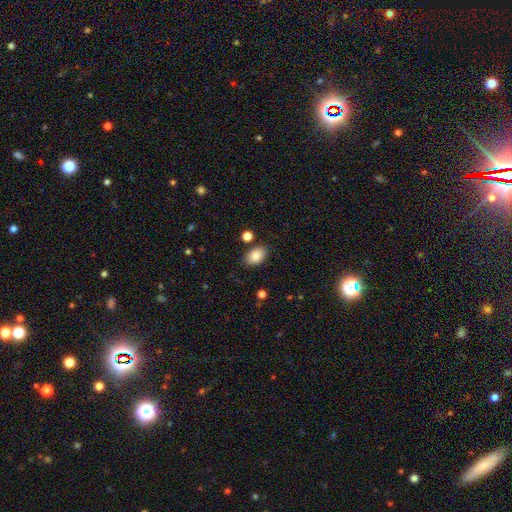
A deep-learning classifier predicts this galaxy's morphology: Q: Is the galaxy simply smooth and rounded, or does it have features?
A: smooth — 85%.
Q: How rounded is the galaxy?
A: in between — 87%.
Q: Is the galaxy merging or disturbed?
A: none — 83%.